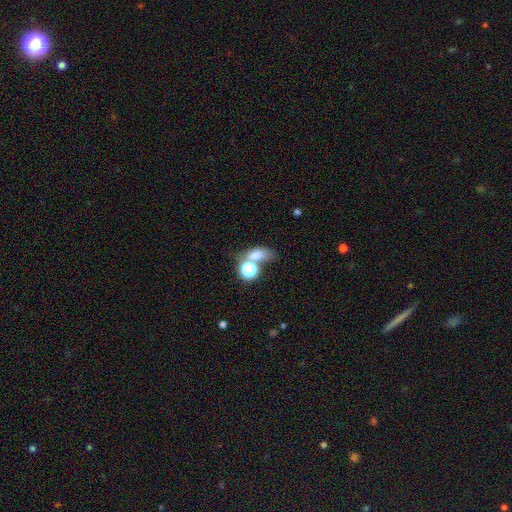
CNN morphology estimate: smooth-or-featured: smooth: 68% | star or artifact: 21% | featured or disk: 12%
  how-rounded: in between: 68% | round: 27% | cigar-shaped: 4%
  merging: none: 39% | merger: 37% | minor disturbance: 14% | major disturbance: 11%